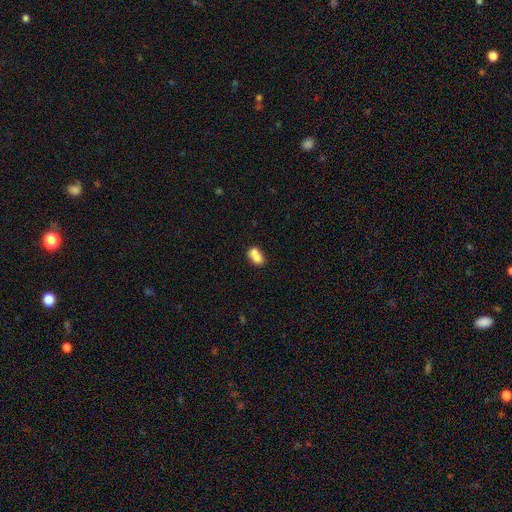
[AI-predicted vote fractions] A smooth galaxy with no disk features (72%) that is in between round and cigar-shaped (74%). Merging: merger (57%).